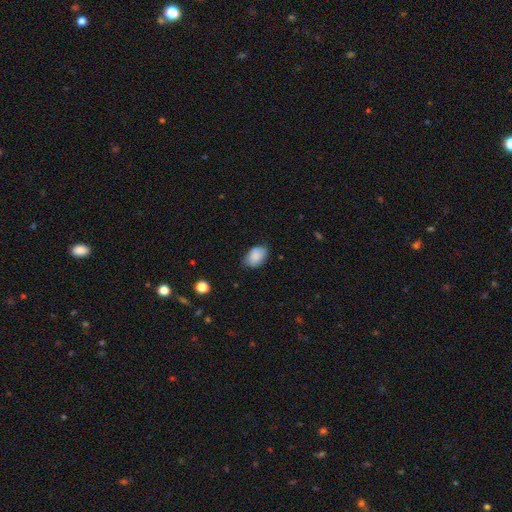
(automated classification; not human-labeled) Smooth or featured? smooth (87%)
How rounded? in between (87%)
Merging? none (73%)